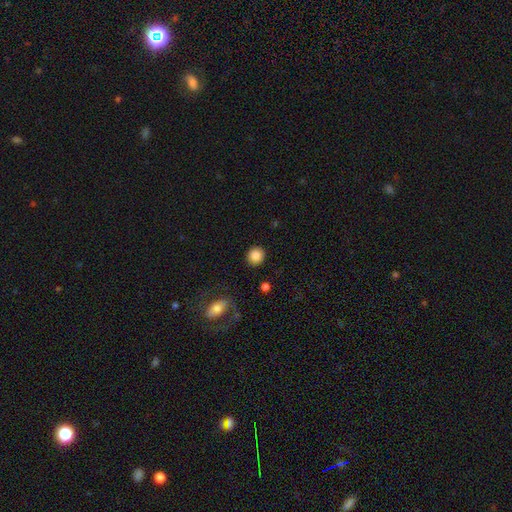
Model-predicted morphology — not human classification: A smooth galaxy with no disk features (87%) that is round (90%). Merging: none (90%).